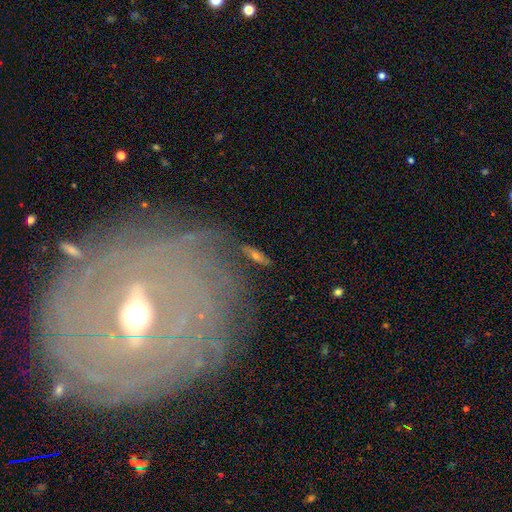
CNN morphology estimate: Smooth or featured: featured or disk — 44% (smooth — 39%)
Merging: none — 77% (minor disturbance — 12%)